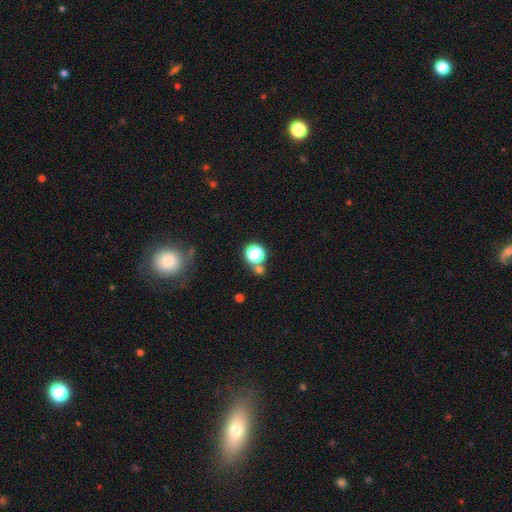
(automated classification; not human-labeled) Smooth or featured? Predicted: smooth (p=0.59). How rounded? Predicted: round (p=0.87). Merging? Predicted: none (p=0.71).